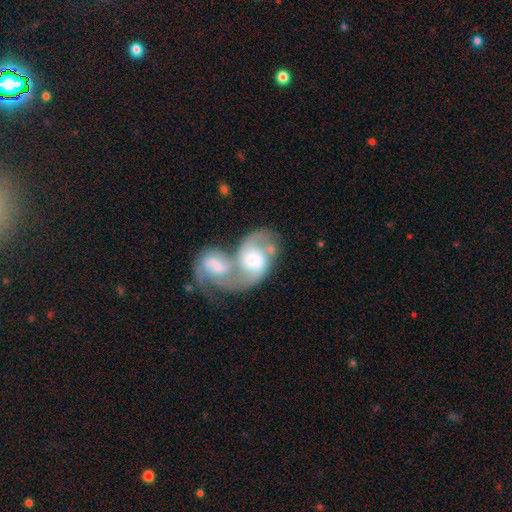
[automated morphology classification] Overall: featured or disk (68%). Edge-on disk: no (97%). Bar: no (56%; weak 34%). Spiral arms: yes (85%). Spiral arm count: 2 (80%). Spiral winding: medium (44%; loose 38%). Bulge size: moderate (43%; small 23%). Merging: merger (78%).